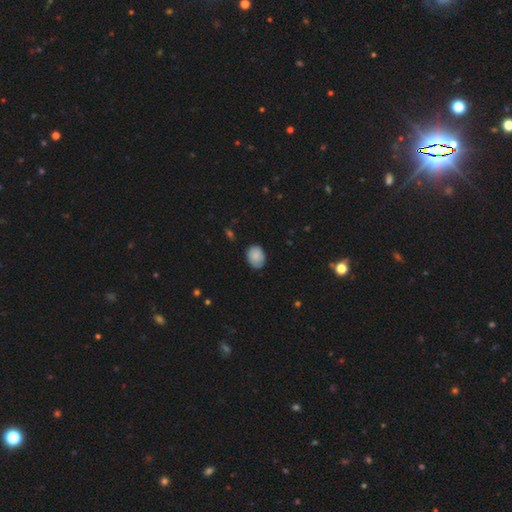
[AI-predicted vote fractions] This is clearly a smooth galaxy (85%). How rounded: likely in between (62%). Merging: likely none (80%).